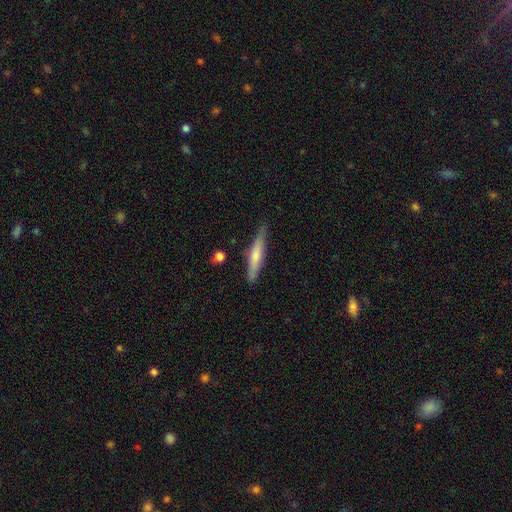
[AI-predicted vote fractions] A smooth galaxy with no disk features (59%) that is cigar-shaped (90%). Merging: none (78%).